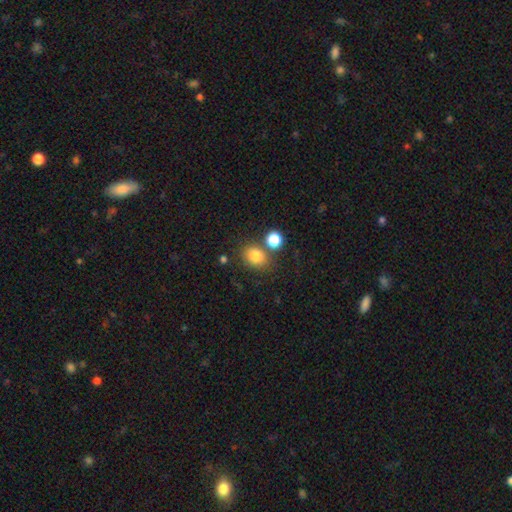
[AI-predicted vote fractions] Smooth or featured? Predicted: smooth (p=0.82). How rounded? Predicted: round (p=0.54). Merging? Predicted: none (p=0.69).